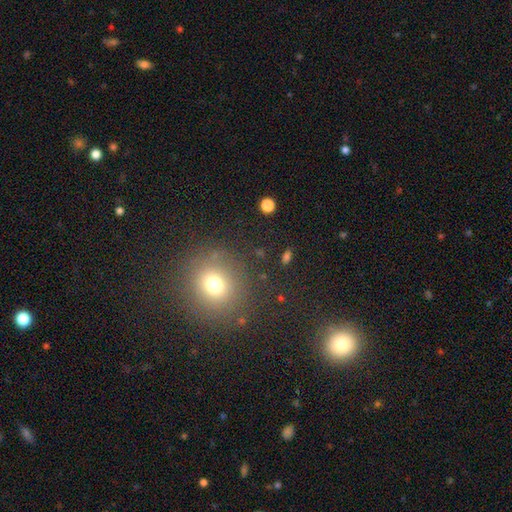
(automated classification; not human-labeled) smooth 59%, star or artifact 31%, featured or disk 9%. Down the decision tree: how rounded — round (89%); merging — none (88%).